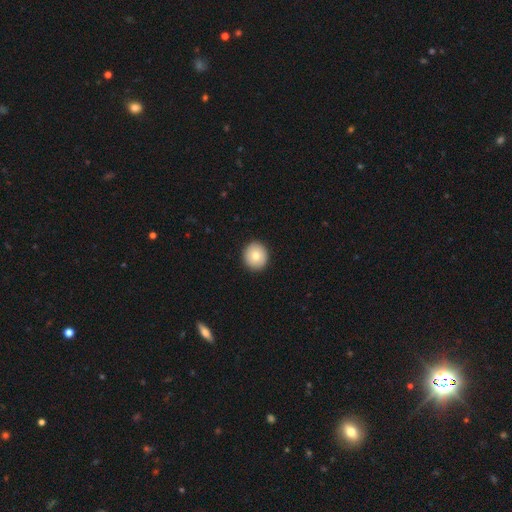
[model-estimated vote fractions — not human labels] Morphology: type=smooth (80%); roundness=round (87%); merging=none (92%).